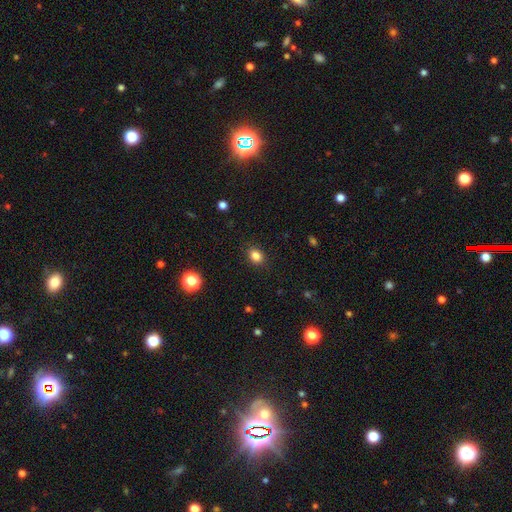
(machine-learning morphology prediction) Smooth or featured? Predicted: smooth (p=0.84). How rounded? Predicted: in between (p=0.51). Merging? Predicted: none (p=0.87).